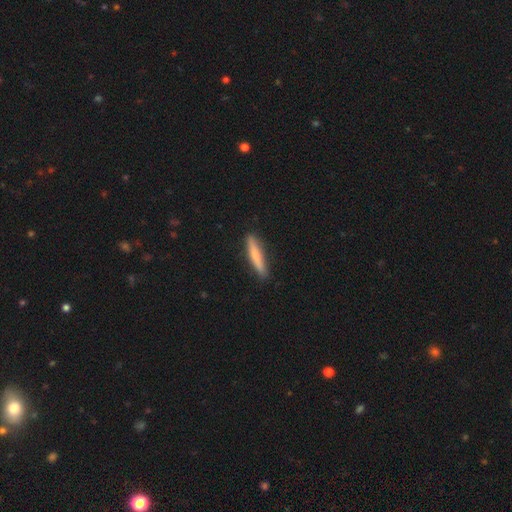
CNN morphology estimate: A smooth galaxy with no disk features (70%) that is cigar-shaped (92%).

Vote fractions:
- Smooth or featured? smooth: 70% / featured or disk: 24% / star or artifact: 5%
- How rounded? cigar-shaped: 92% / in between: 6% / round: 1%
- Merging? none: 90% / minor disturbance: 8% / major disturbance: 2% / merger: 1%